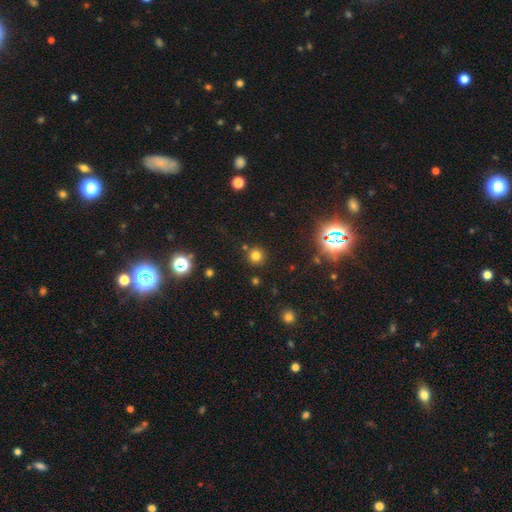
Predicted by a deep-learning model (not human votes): A smooth galaxy with no disk features (75%) that is round (94%). Merging: none (85%).